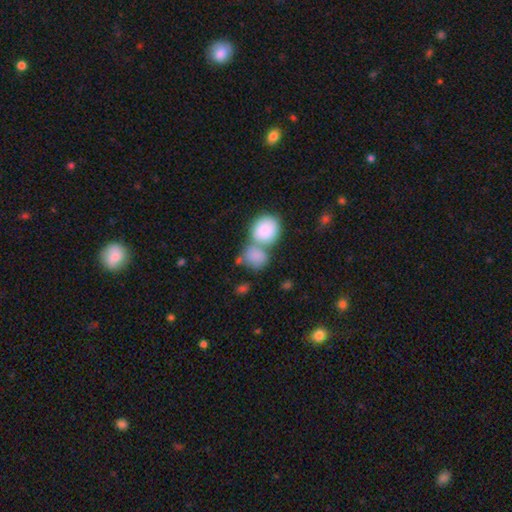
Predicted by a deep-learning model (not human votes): smooth 83%, featured or disk 10%, star or artifact 7%. Down the decision tree: how rounded — round (58%); merging — merger (61%).